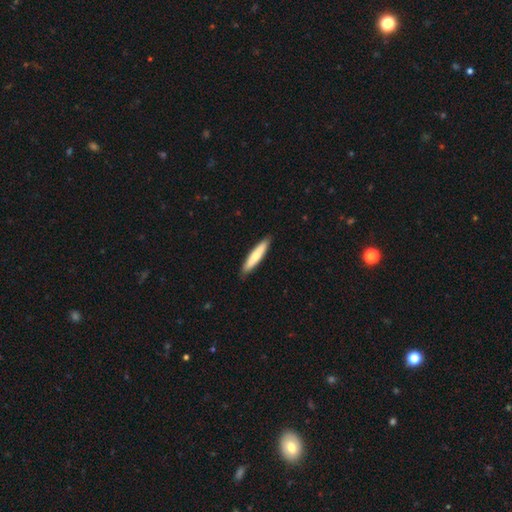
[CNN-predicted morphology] A smooth galaxy with no disk features (65%) that is cigar-shaped (88%).

Vote fractions:
- Smooth or featured? smooth: 65% / featured or disk: 30% / star or artifact: 5%
- How rounded? cigar-shaped: 88% / in between: 11% / round: 1%
- Merging? none: 90% / minor disturbance: 8% / major disturbance: 1% / merger: 1%